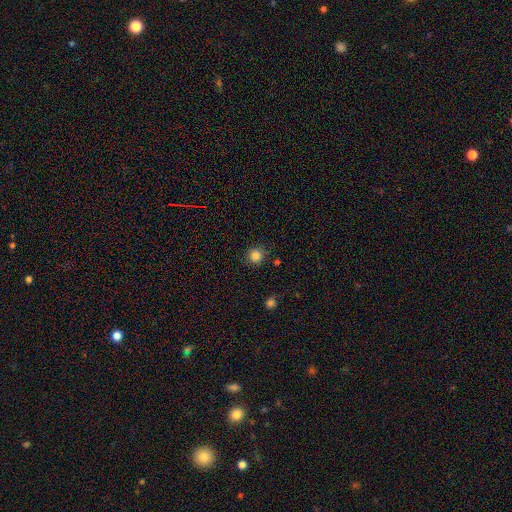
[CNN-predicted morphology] The model was most divided on "smooth or featured": smooth: 84%, star or artifact: 12%, featured or disk: 4%. More confident: how rounded — round (93%); merging — none (86%).